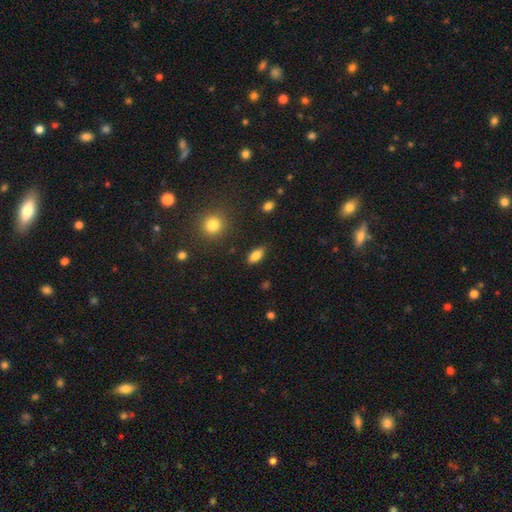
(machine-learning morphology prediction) A smooth galaxy with no disk features (84%) that is in between round and cigar-shaped (88%).

Vote fractions:
- Smooth or featured? smooth: 84% / star or artifact: 8% / featured or disk: 8%
- How rounded? in between: 88% / cigar-shaped: 8% / round: 4%
- Merging? none: 85% / minor disturbance: 11% / major disturbance: 3% / merger: 2%